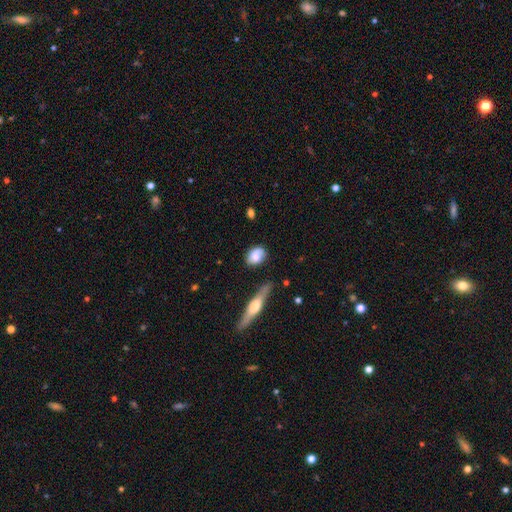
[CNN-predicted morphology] smooth_or_featured: smooth (p=0.76) [alt: featured or disk p=0.17]
how_rounded: in between (p=0.64) [alt: round p=0.32]
merging: none (p=0.70) [alt: minor disturbance p=0.21]